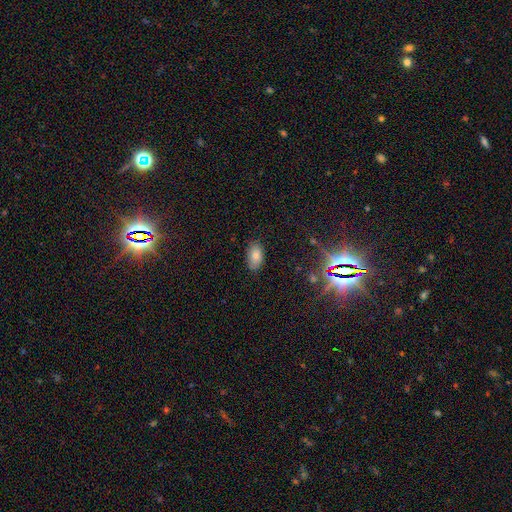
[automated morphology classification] The model was most divided on "smooth or featured": smooth: 76%, star or artifact: 12%, featured or disk: 12%. More confident: how rounded — in between (92%); merging — none (83%).